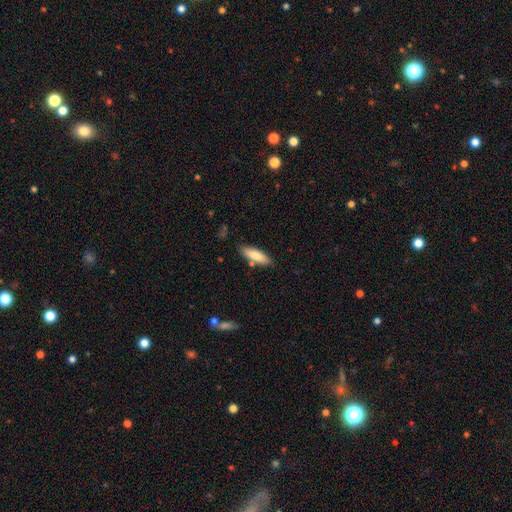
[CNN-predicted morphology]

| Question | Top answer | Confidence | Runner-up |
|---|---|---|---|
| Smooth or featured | smooth | 80% | featured or disk (14%) |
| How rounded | cigar-shaped | 50% | in between (48%) |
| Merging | none | 82% | minor disturbance (11%) |